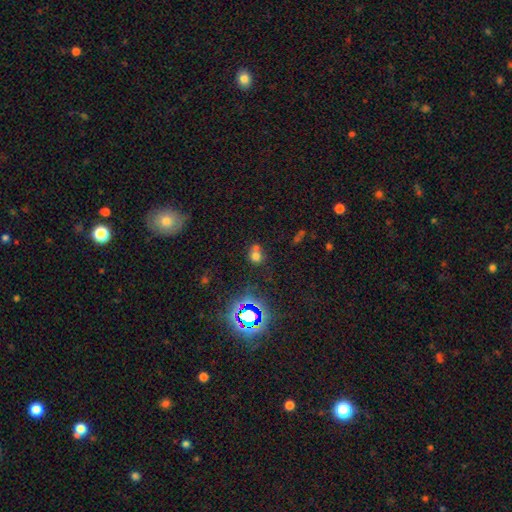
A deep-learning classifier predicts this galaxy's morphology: type=smooth (62%); roundness=round (70%); merging=none (44%).